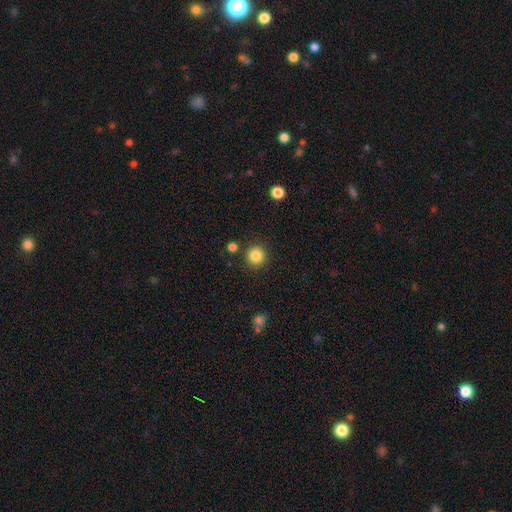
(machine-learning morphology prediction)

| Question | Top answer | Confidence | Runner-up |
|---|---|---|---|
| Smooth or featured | smooth | 85% | star or artifact (11%) |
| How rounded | round | 93% | in between (6%) |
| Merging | none | 87% | minor disturbance (7%) |